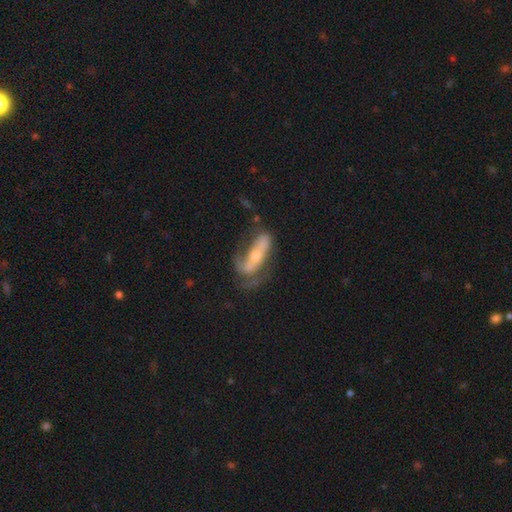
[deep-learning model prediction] Overall: featured or disk (65%; smooth 29%). Edge-on disk: no (76%). Merging: none (39%; major disturbance 33%).